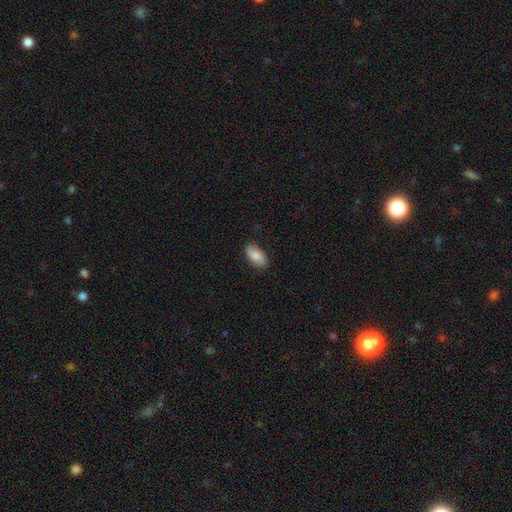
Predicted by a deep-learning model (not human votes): The model was most divided on "smooth or featured": smooth: 79%, featured or disk: 15%, star or artifact: 6%. More confident: how rounded — in between (93%); merging — none (82%).